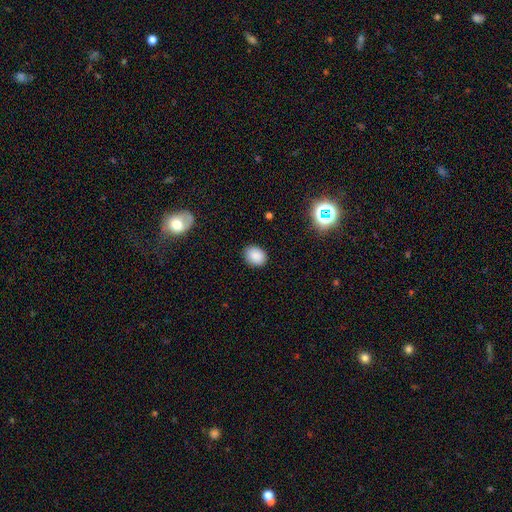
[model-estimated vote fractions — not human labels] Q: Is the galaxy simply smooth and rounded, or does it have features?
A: smooth — 86%.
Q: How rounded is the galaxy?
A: in between — 56%.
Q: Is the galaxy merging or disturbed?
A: none — 88%.